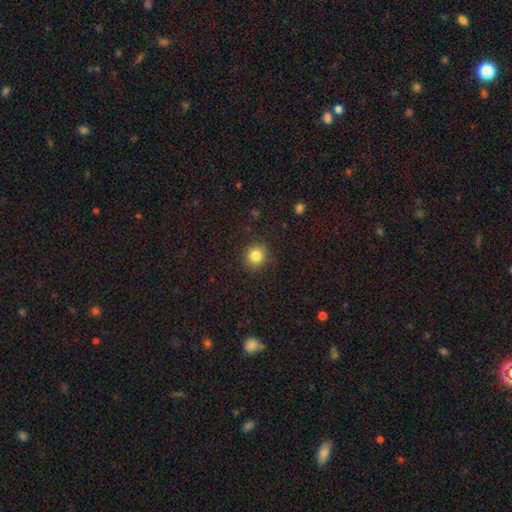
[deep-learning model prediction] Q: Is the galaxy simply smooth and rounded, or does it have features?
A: smooth — 84%.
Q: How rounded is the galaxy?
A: round — 86%.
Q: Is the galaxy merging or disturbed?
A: none — 88%.